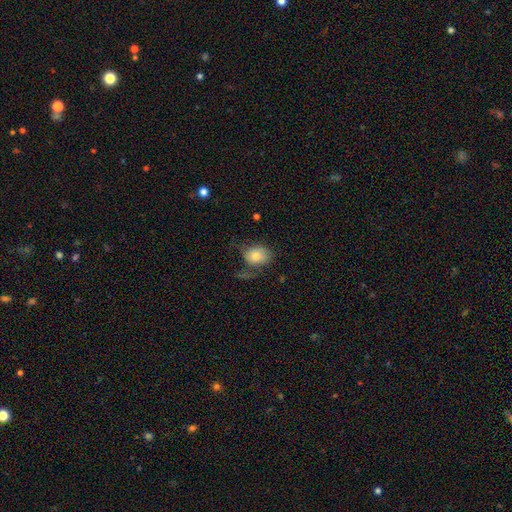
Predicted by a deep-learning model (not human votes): Morphology: type=smooth (75%); roundness=in between (57%); merging=none (44%).